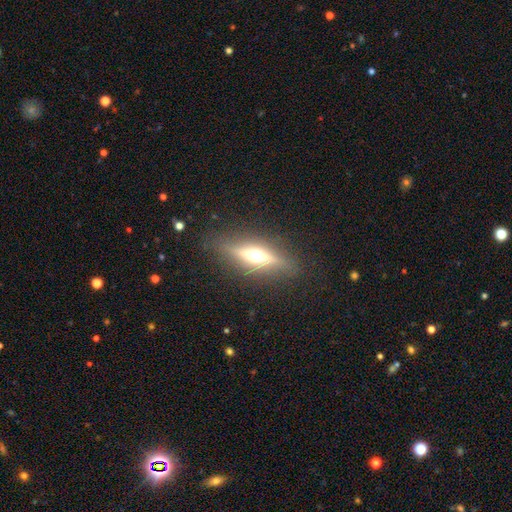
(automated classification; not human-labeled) The model was most divided on "smooth or featured": featured or disk: 66%, smooth: 25%, star or artifact: 9%. More confident: edge-on bulge — rounded (94%); edge-on disk — yes (91%); merging — none (85%).